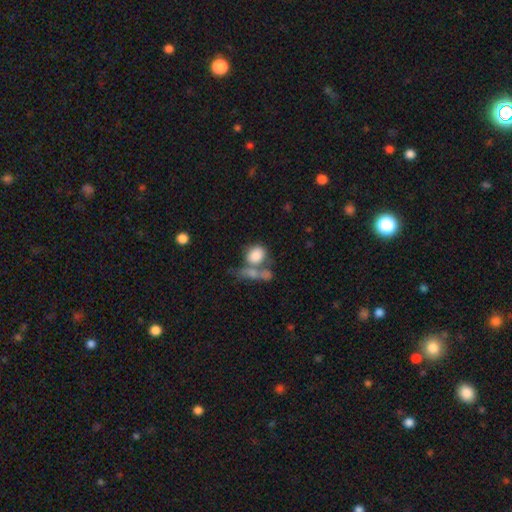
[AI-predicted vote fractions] A smooth galaxy with no disk features (80%) that is in between round and cigar-shaped (52%).

Vote fractions:
- Smooth or featured? smooth: 80% / featured or disk: 12% / star or artifact: 8%
- How rounded? in between: 52% / round: 45% / cigar-shaped: 3%
- Merging? merger: 47% / none: 32% / minor disturbance: 11% / major disturbance: 9%